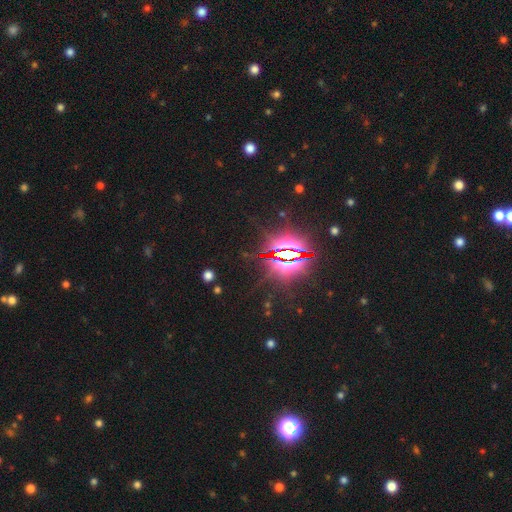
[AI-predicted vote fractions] The model was most divided on "smooth or featured": star or artifact: 86%, smooth: 7%, featured or disk: 6%.